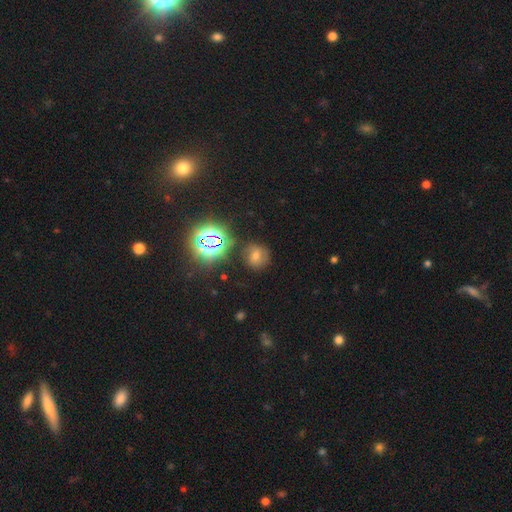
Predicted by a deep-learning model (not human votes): Smooth or featured: star or artifact — 39% (tied with smooth — 39%)